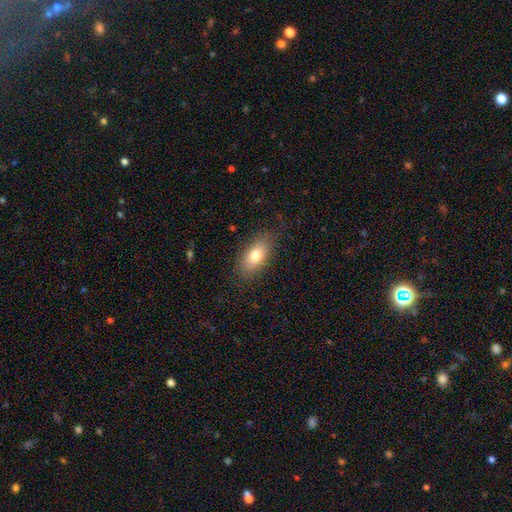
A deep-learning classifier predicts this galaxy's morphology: Overall: smooth (77%). How rounded: in between (87%). Merging: none (81%).